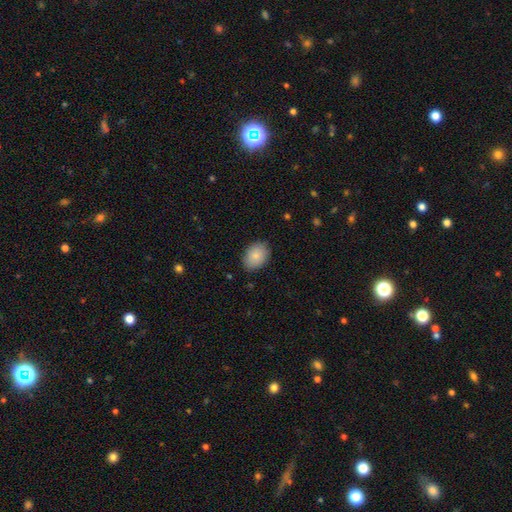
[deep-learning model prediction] Smooth or featured?
  - smooth: 86% *
  - featured or disk: 8%
  - star or artifact: 7%
How rounded?
  - in between: 78% *
  - round: 21%
  - cigar-shaped: 1%
Merging?
  - none: 86% *
  - minor disturbance: 11%
  - major disturbance: 2%
  - merger: 1%